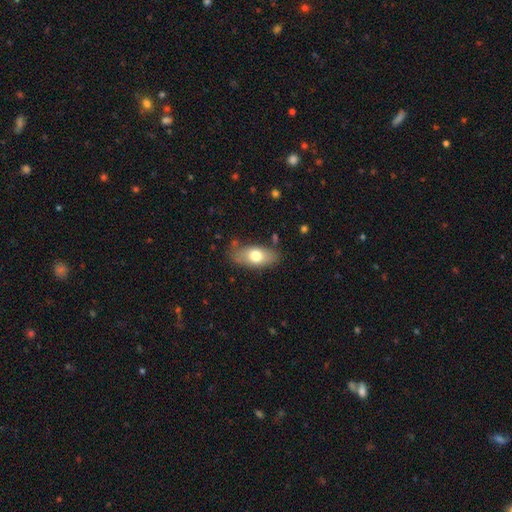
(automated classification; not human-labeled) The model was most divided on "smooth or featured": smooth: 71%, featured or disk: 23%, star or artifact: 7%. More confident: how rounded — in between (87%); merging — none (76%).